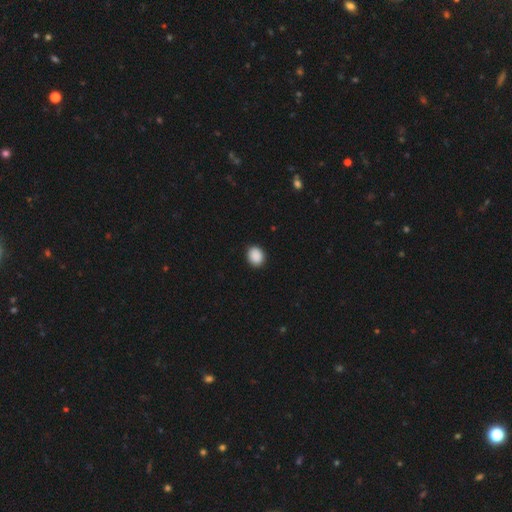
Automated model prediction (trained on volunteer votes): smooth_or_featured: smooth (p=0.90) [alt: star or artifact p=0.08]
how_rounded: round (p=0.61) [alt: in between p=0.38]
merging: none (p=0.89) [alt: minor disturbance p=0.08]